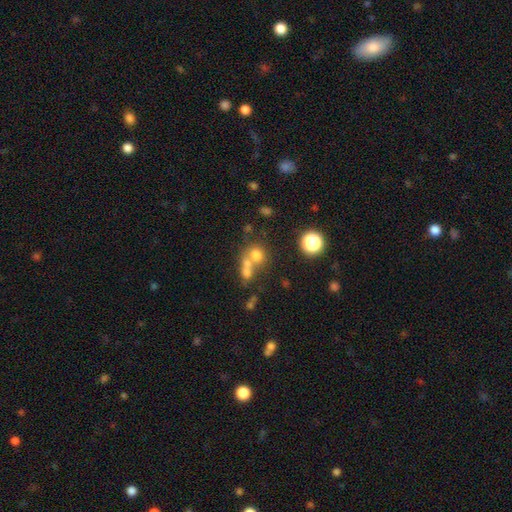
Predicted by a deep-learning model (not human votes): This appears to be a smooth galaxy with no disk features (64%) that is round (80%). Merging: merger (49%).